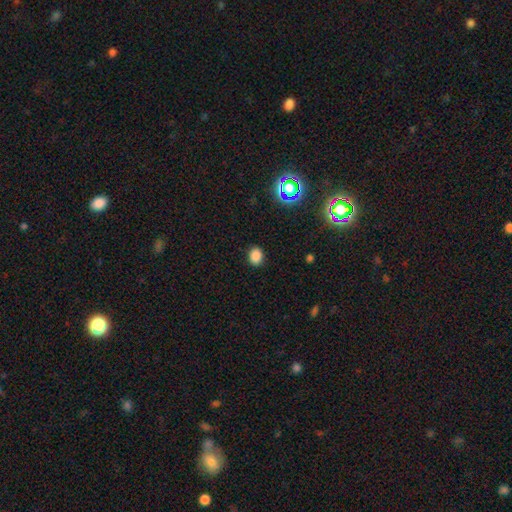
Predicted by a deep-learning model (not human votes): smooth 83%, star or artifact 13%, featured or disk 4%. Down the decision tree: how rounded — in between (57%); merging — none (88%).